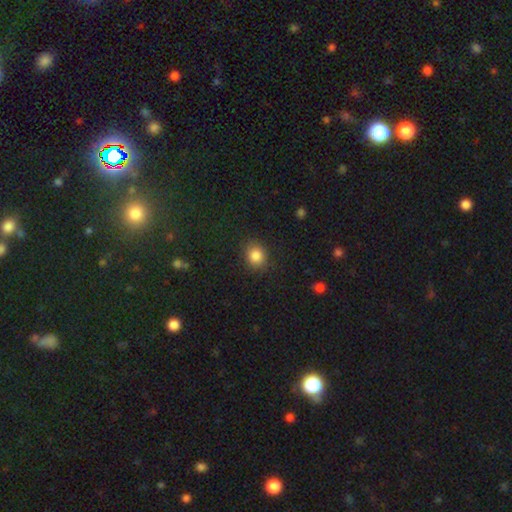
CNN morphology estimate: smooth 85%, star or artifact 10%, featured or disk 4%. Down the decision tree: how rounded — round (75%); merging — none (86%).